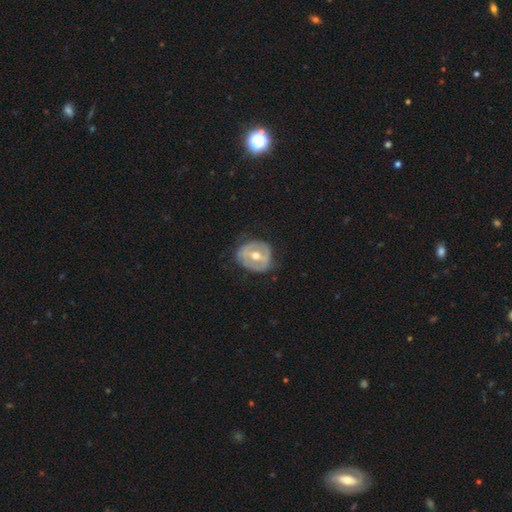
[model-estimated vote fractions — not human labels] A featured or disk galaxy (64%) with a strong bar (37%, tied with weak), no spiral arms (68%) and a moderate central bulge (79%). Merging: none (71%).